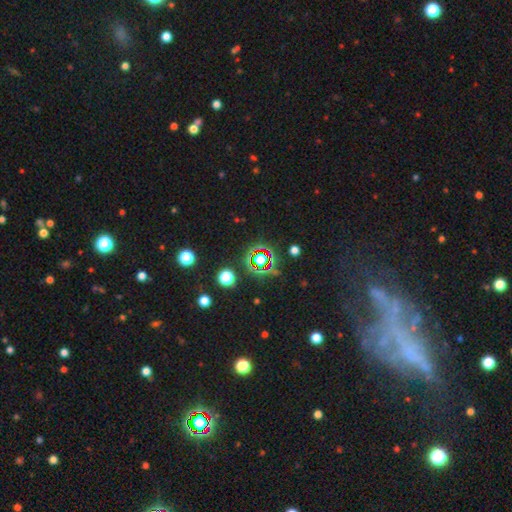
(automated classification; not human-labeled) Smooth or featured? Predicted: star or artifact (p=0.69).